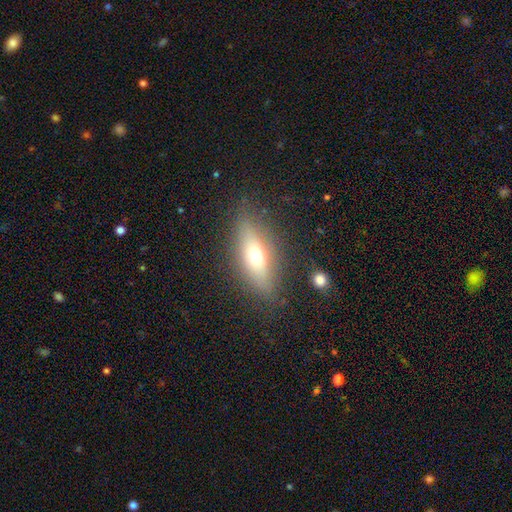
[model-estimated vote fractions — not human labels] smooth-or-featured: smooth: 54% | featured or disk: 37% | star or artifact: 9%
  how-rounded: in between: 59% | cigar-shaped: 35% | round: 5%
  merging: none: 82% | minor disturbance: 12% | major disturbance: 4% | merger: 2%